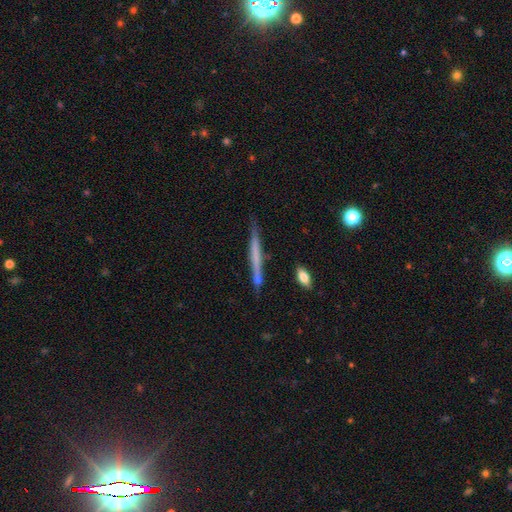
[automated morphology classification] A smooth galaxy with no disk features (49%). Merging: none (78%).